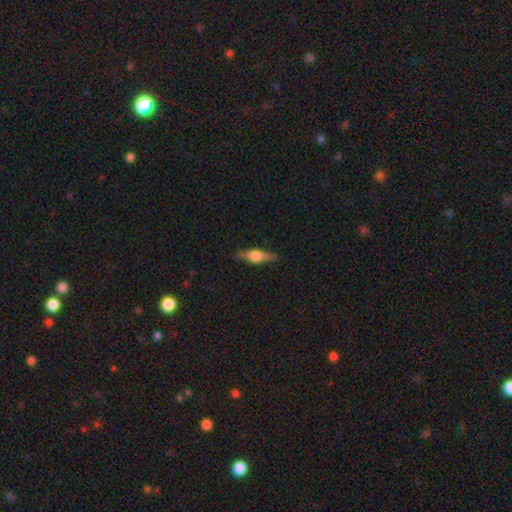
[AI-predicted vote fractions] Smooth or featured: featured or disk — 55% (smooth — 39%)
Edge-on disk: yes — 93% (no — 7%)
Edge-on bulge: rounded — 90% (boxy — 8%)
Merging: none — 85% (minor disturbance — 11%)